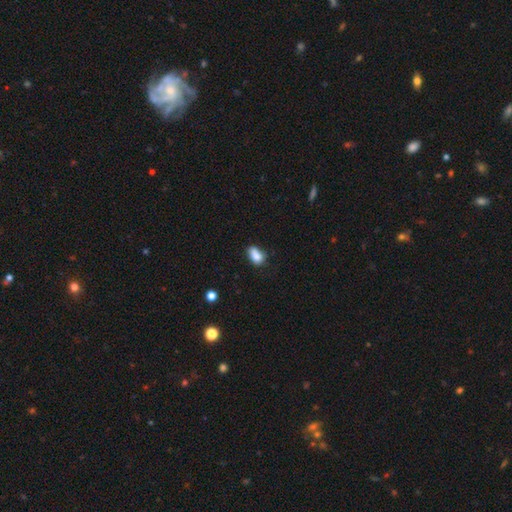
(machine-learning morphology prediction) type=smooth (82%); roundness=in between (83%); merging=none (49%).